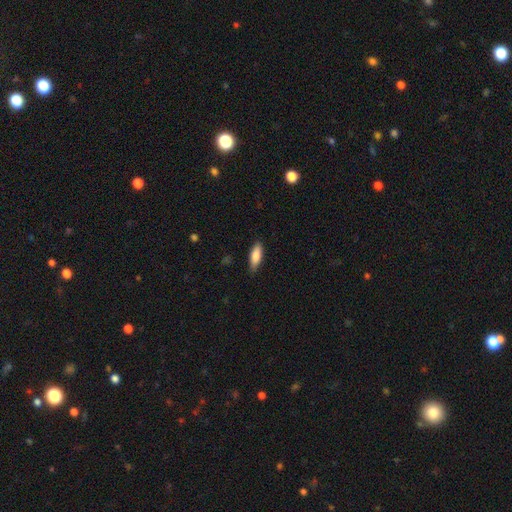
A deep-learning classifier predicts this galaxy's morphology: Smooth or featured? Predicted: smooth (p=0.82). How rounded? Predicted: in between (p=0.60). Merging? Predicted: none (p=0.81).